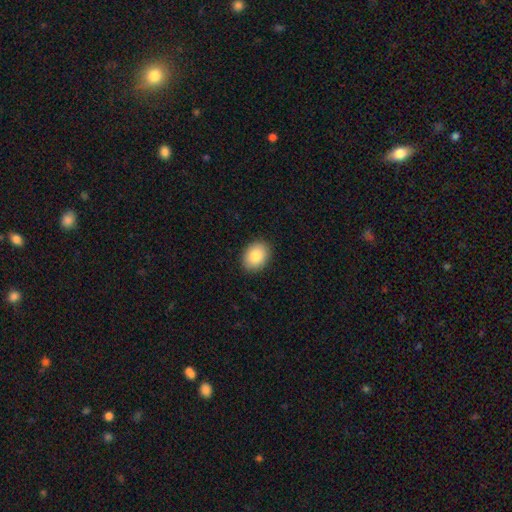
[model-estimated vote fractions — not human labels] smooth-or-featured: smooth: 87% | star or artifact: 7% | featured or disk: 6%
  how-rounded: in between: 68% | round: 31% | cigar-shaped: 1%
  merging: none: 90% | minor disturbance: 8% | major disturbance: 2% | merger: 1%